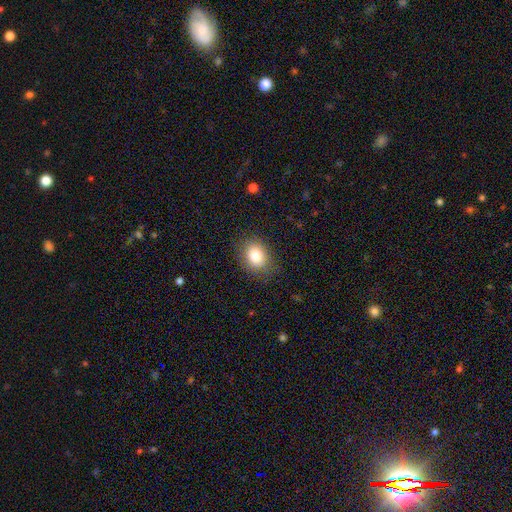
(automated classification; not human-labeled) Smooth or featured?
  - smooth: 82% *
  - star or artifact: 9%
  - featured or disk: 9%
How rounded?
  - in between: 61% *
  - round: 38%
  - cigar-shaped: 1%
Merging?
  - none: 82% *
  - minor disturbance: 13%
  - major disturbance: 4%
  - merger: 1%